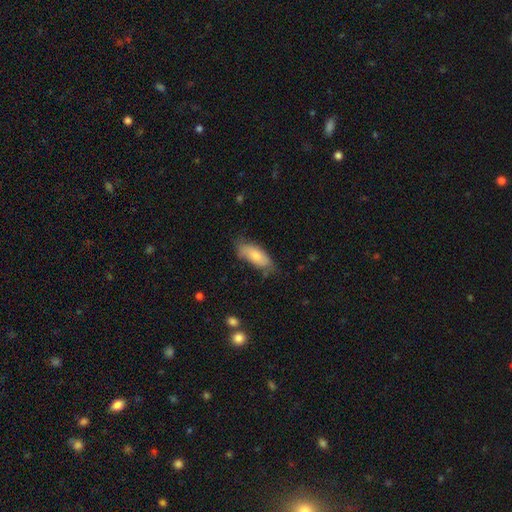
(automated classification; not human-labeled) This appears to be a smooth galaxy with no disk features (77%) that is in between round and cigar-shaped (78%). Merging: none (65%).